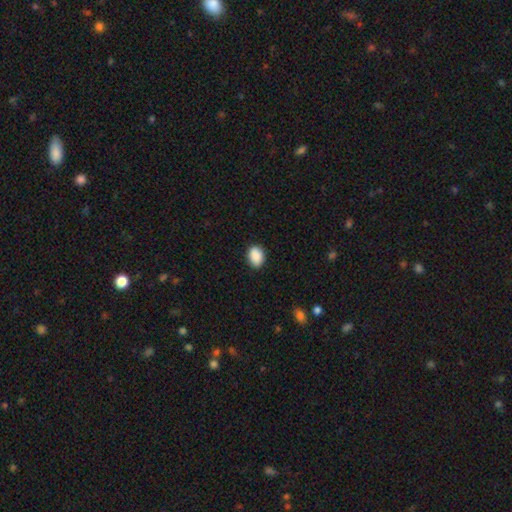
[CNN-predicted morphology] Q: Smooth or featured?
A: smooth (90%); runner-up: star or artifact (7%)
Q: How rounded?
A: in between (71%); runner-up: round (28%)
Q: Merging?
A: none (88%); runner-up: minor disturbance (9%)